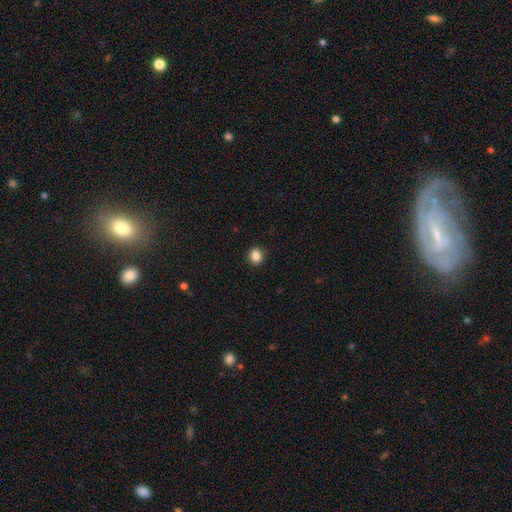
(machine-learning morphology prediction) smooth 86%, star or artifact 10%, featured or disk 3%. Down the decision tree: how rounded — round (80%); merging — none (90%).